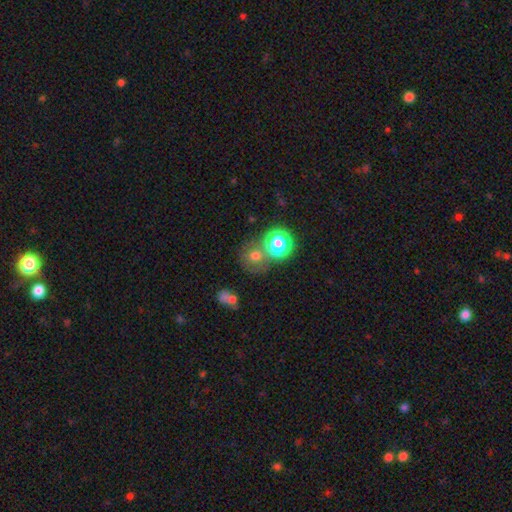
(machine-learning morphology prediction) A smooth galaxy with no disk features (64%) that is round (81%).

Vote fractions:
- Smooth or featured? smooth: 64% / star or artifact: 25% / featured or disk: 11%
- How rounded? round: 81% / in between: 18% / cigar-shaped: 1%
- Merging? none: 56% / merger: 25% / minor disturbance: 12% / major disturbance: 7%